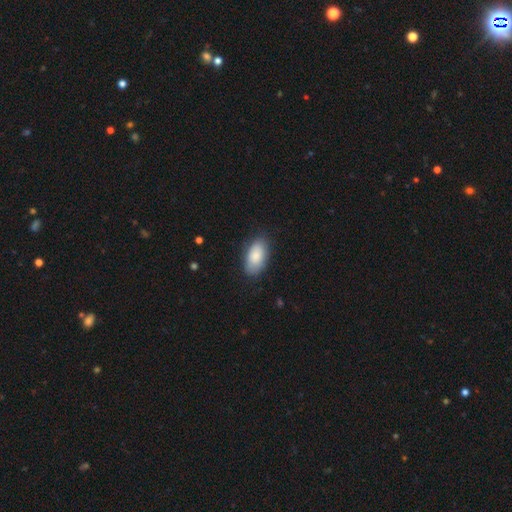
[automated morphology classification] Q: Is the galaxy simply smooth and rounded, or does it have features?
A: smooth — 85%.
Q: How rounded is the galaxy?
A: in between — 94%.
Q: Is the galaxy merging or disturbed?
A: none — 81%.